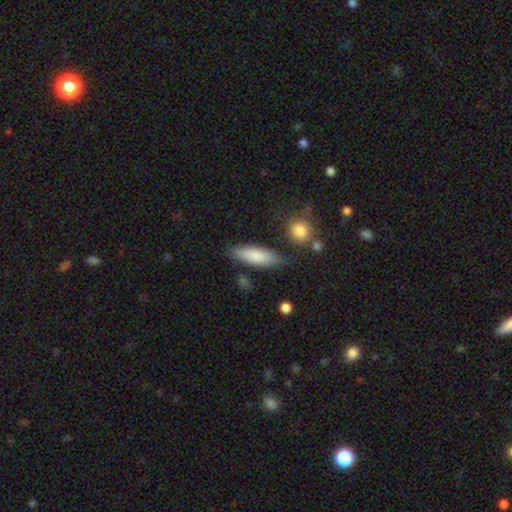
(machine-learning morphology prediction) smooth 82%, featured or disk 13%, star or artifact 6%. Down the decision tree: how rounded — in between (50%); merging — none (78%).